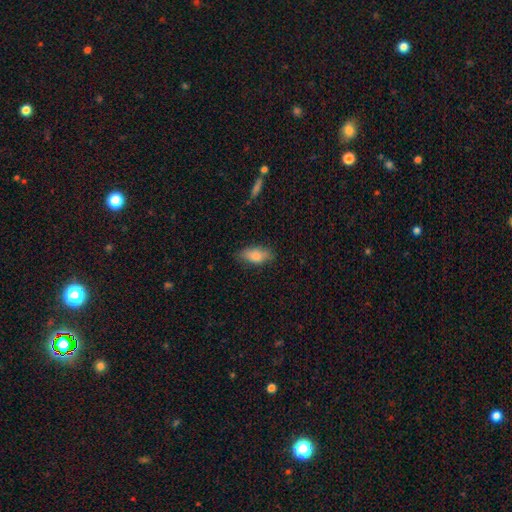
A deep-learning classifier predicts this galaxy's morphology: Smooth or featured? Predicted: smooth (p=0.80). How rounded? Predicted: in between (p=0.84). Merging? Predicted: none (p=0.78).